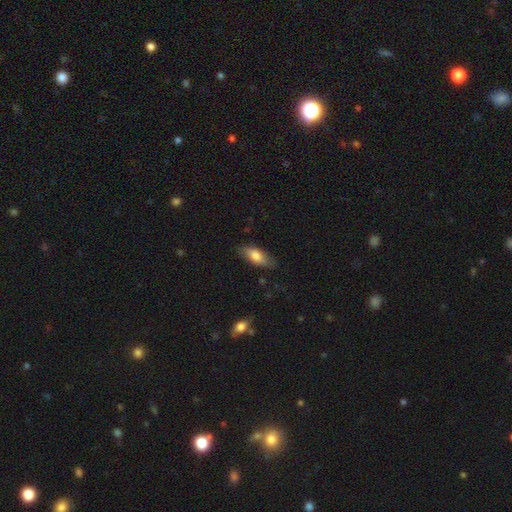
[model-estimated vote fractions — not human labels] smooth 75%, featured or disk 19%, star or artifact 6%. Down the decision tree: how rounded — in between (77%); merging — none (77%).